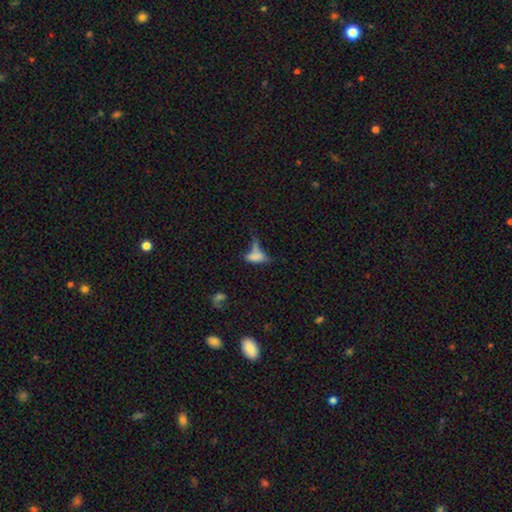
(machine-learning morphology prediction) A smooth galaxy with no disk features (66%) that is in between round and cigar-shaped (66%). Merging: merger (36%).